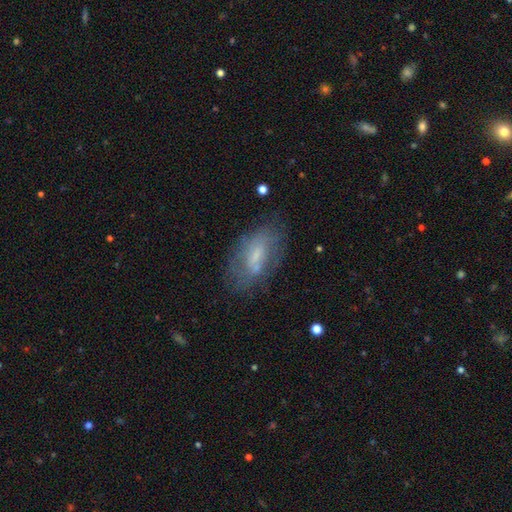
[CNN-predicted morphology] smooth-or-featured: smooth: 47% | featured or disk: 44% | star or artifact: 9%
  merging: none: 68% | minor disturbance: 20% | major disturbance: 9% | merger: 3%